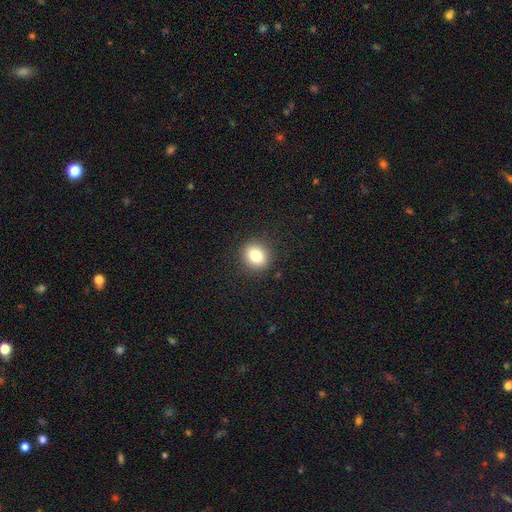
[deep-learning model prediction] The model was most divided on "how rounded": round: 76%, in between: 23%, cigar-shaped: 1%. More confident: merging — none (90%); smooth or featured — smooth (81%).